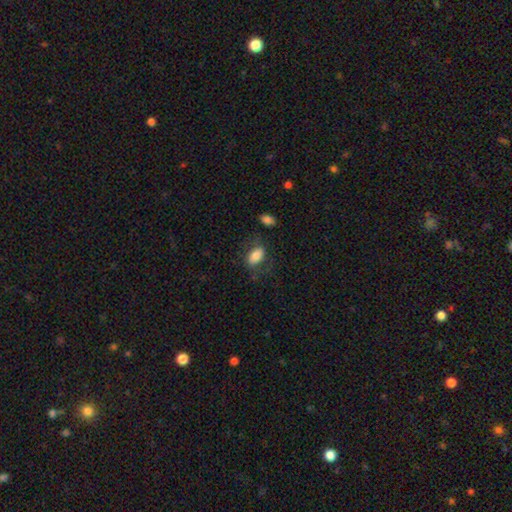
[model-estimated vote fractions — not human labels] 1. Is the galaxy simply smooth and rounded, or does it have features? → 80% smooth, 13% featured or disk, 7% star or artifact.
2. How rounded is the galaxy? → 90% in between, 7% round, 3% cigar-shaped.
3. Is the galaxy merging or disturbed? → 65% none, 20% minor disturbance, 12% major disturbance, 4% merger.